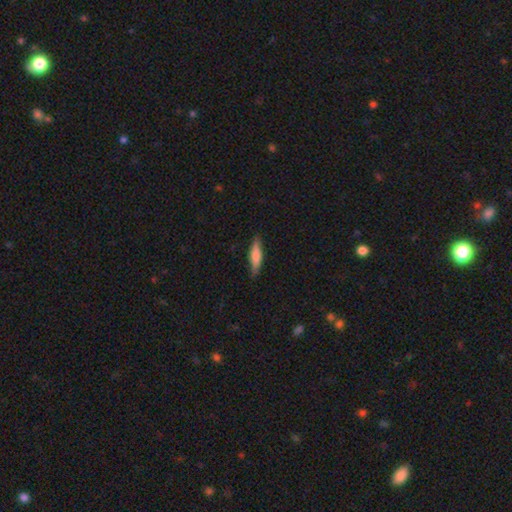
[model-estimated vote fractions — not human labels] A smooth galaxy with no disk features (72%) that is cigar-shaped (75%). Merging: none (82%).